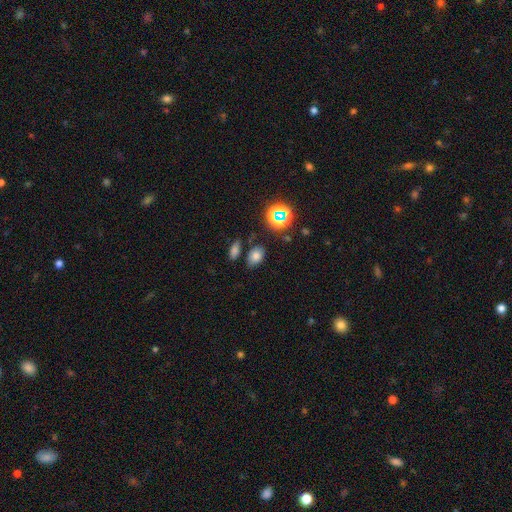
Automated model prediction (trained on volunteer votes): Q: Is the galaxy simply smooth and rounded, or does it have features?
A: smooth — 71%.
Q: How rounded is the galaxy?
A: in between — 80%.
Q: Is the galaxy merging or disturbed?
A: none — 74%.